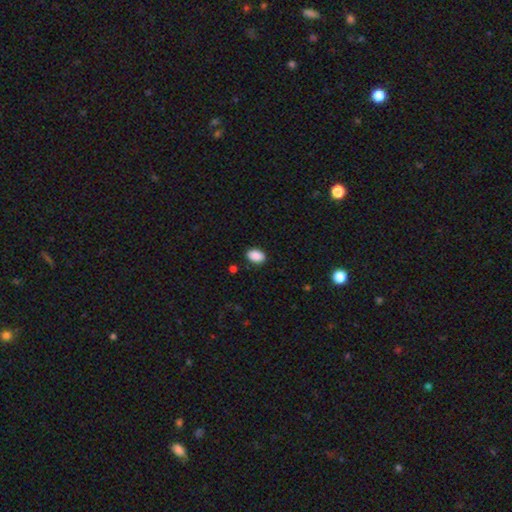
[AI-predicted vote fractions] This is clearly a smooth galaxy (90%). How rounded: clearly in between (85%). Merging: clearly none (88%).